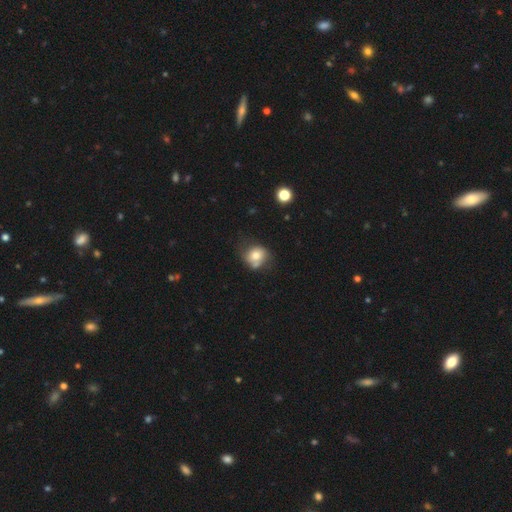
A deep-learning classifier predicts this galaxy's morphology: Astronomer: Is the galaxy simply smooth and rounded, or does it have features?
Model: smooth — 72%.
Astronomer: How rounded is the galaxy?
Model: round — 72%.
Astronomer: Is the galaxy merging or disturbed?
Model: none — 46% (runner-up: minor disturbance, 27%).